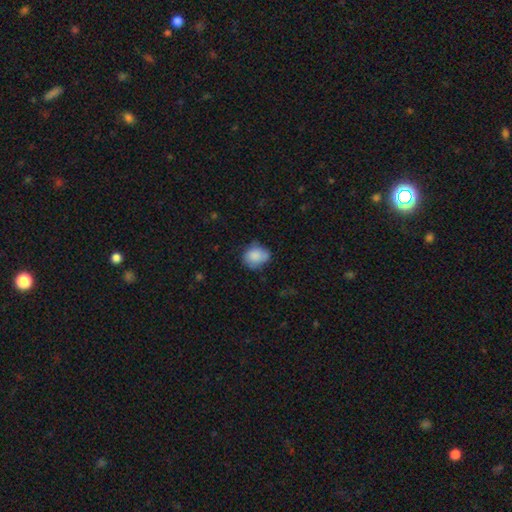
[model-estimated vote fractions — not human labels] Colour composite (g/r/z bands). It shows a smooth galaxy with no disk features (83%) that is round (63%). Merging: none (60%).